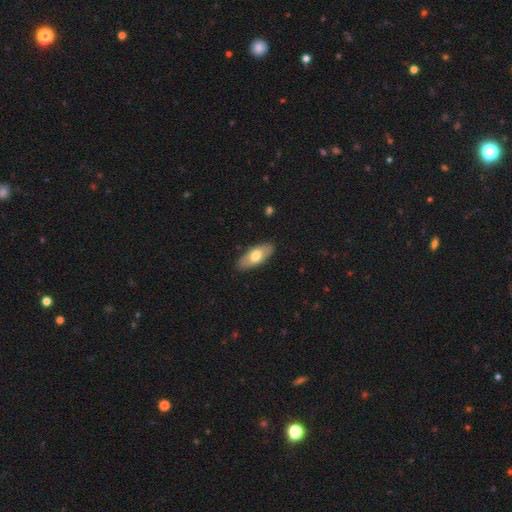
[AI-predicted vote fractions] smooth_or_featured: smooth (p=0.64) [alt: featured or disk p=0.31]
how_rounded: in between (p=0.85) [alt: cigar-shaped p=0.12]
merging: none (p=0.86) [alt: minor disturbance p=0.10]